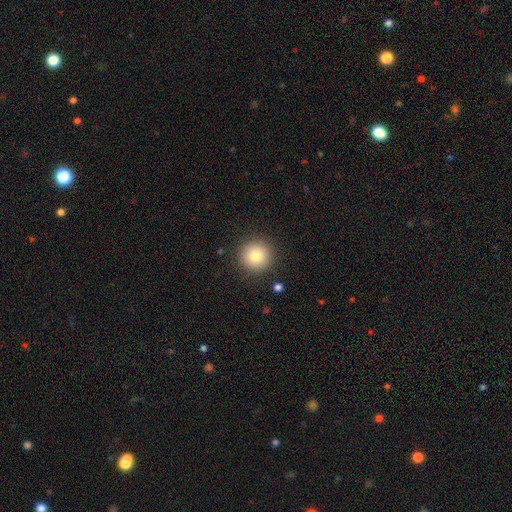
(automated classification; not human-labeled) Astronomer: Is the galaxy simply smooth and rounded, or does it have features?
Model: smooth — 82%.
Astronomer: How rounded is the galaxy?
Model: round — 95%.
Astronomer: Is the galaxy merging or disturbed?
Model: none — 90%.